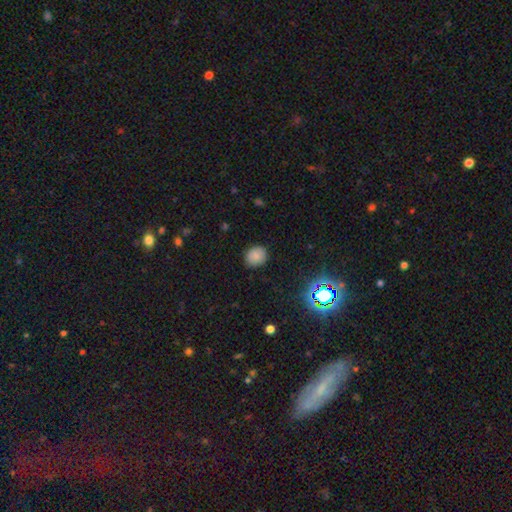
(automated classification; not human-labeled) smooth-or-featured: smooth: 83% | star or artifact: 13% | featured or disk: 4%
  how-rounded: round: 62% | in between: 37% | cigar-shaped: 1%
  merging: none: 86% | minor disturbance: 10% | major disturbance: 3% | merger: 1%